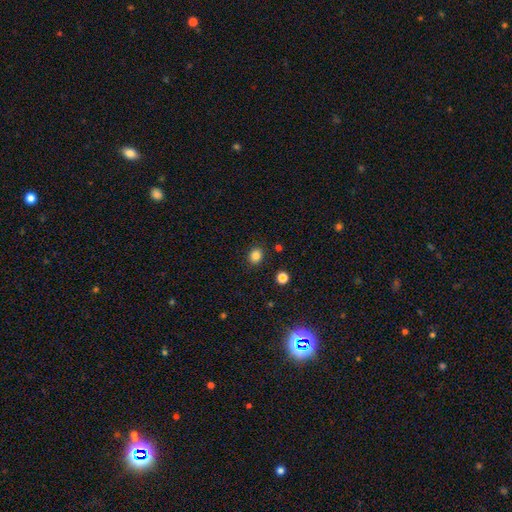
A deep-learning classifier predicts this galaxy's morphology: This is clearly a smooth galaxy (84%). How rounded: likely round (69%). Merging: clearly none (88%).